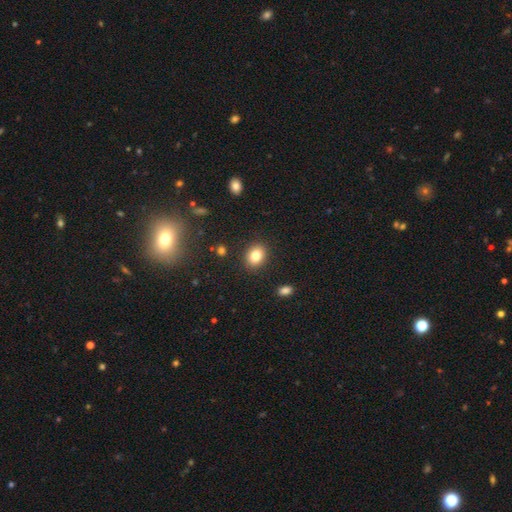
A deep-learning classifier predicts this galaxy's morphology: smooth_or_featured: smooth (p=0.83) [alt: star or artifact p=0.10]
how_rounded: in between (p=0.51) [alt: round p=0.48]
merging: none (p=0.88) [alt: minor disturbance p=0.08]